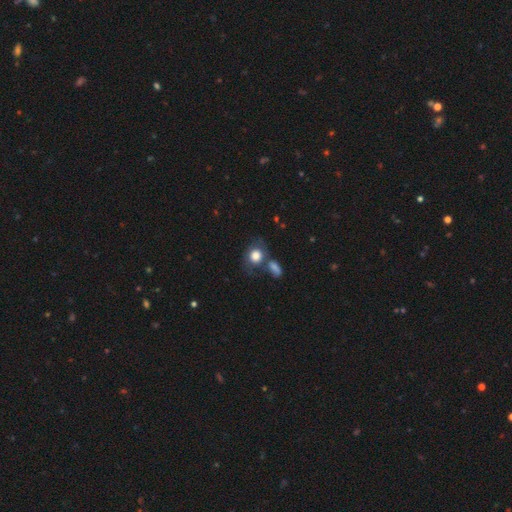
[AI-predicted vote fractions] Overall: smooth (77%). How rounded: round (59%; in between 40%). Merging: none (45%; merger 27%).